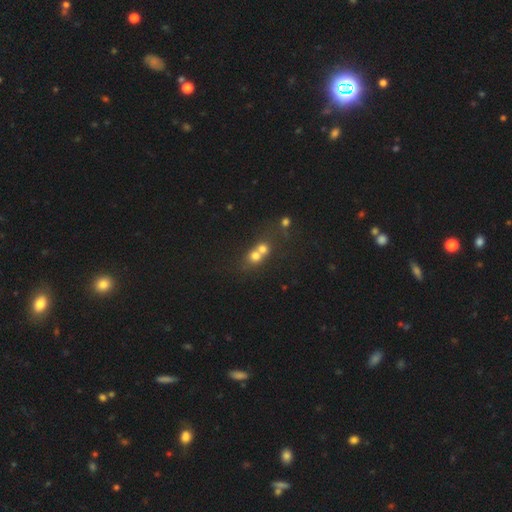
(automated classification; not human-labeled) Smooth or featured?
  - smooth: 67% *
  - featured or disk: 18%
  - star or artifact: 15%
How rounded?
  - round: 77% *
  - in between: 21%
  - cigar-shaped: 1%
Merging?
  - merger: 67% *
  - none: 25%
  - minor disturbance: 5%
  - major disturbance: 3%